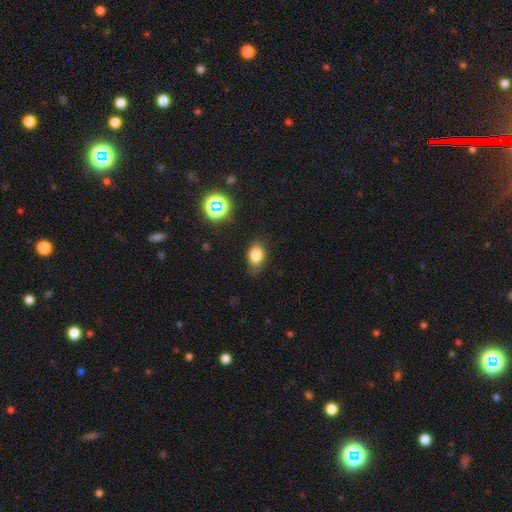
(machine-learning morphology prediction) smooth_or_featured: smooth (p=0.80) [alt: star or artifact p=0.12]
how_rounded: in between (p=0.78) [alt: round p=0.20]
merging: none (p=0.72) [alt: minor disturbance p=0.21]